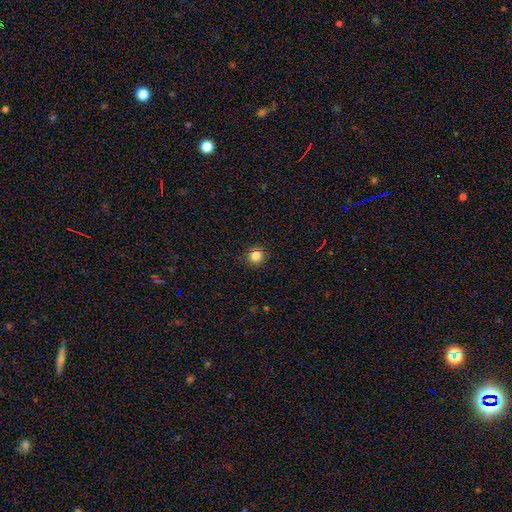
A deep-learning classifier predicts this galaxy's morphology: Smooth or featured: smooth — 84% (star or artifact — 12%)
How rounded: round — 94% (in between — 5%)
Merging: none — 91% (minor disturbance — 6%)